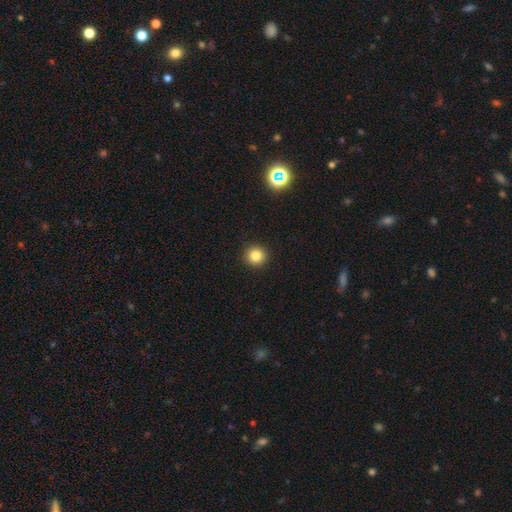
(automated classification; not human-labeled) This is clearly a smooth galaxy (83%). How rounded: clearly round (95%). Merging: clearly none (93%).